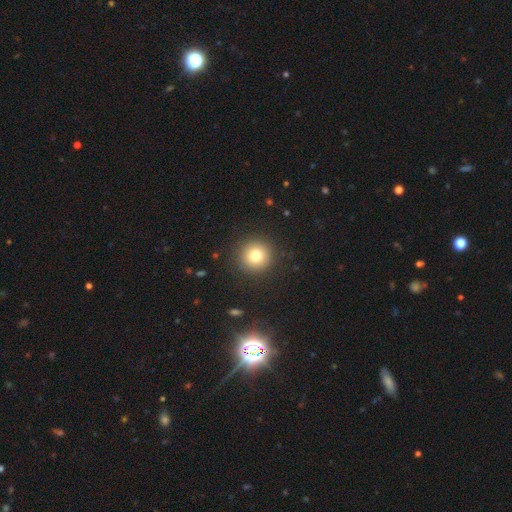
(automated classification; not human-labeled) Smooth or featured? Predicted: smooth (p=0.78). How rounded? Predicted: round (p=0.95). Merging? Predicted: none (p=0.90).